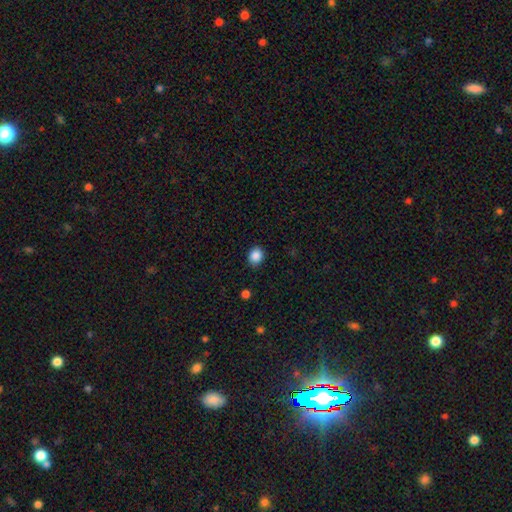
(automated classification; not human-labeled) A smooth galaxy with no disk features (87%) that is round (64%).

Vote fractions:
- Smooth or featured? smooth: 87% / star or artifact: 10% / featured or disk: 3%
- How rounded? round: 64% / in between: 35% / cigar-shaped: 1%
- Merging? none: 87% / minor disturbance: 10% / major disturbance: 2% / merger: 1%